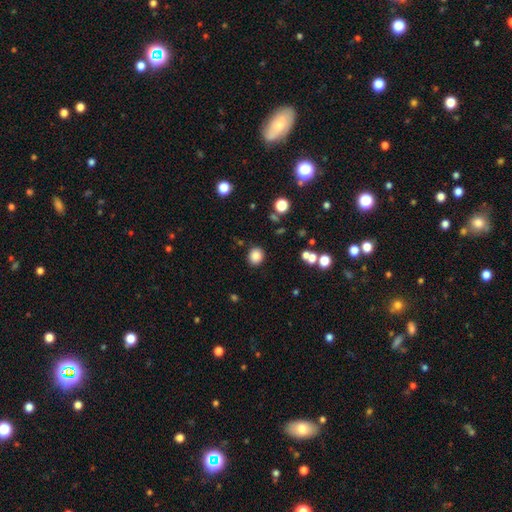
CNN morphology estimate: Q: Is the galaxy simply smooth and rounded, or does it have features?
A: smooth — 85%.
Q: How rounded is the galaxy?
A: round — 73%.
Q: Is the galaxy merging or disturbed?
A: none — 87%.